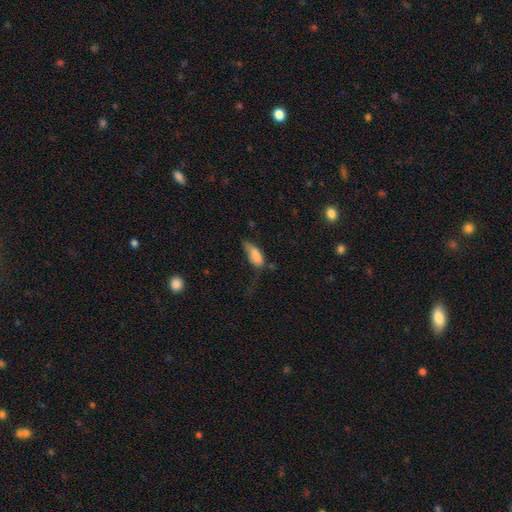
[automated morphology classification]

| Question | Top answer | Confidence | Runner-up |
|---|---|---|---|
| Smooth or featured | smooth | 80% | featured or disk (12%) |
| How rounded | in between | 82% | cigar-shaped (15%) |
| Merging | minor disturbance | 36% | major disturbance (33%) |